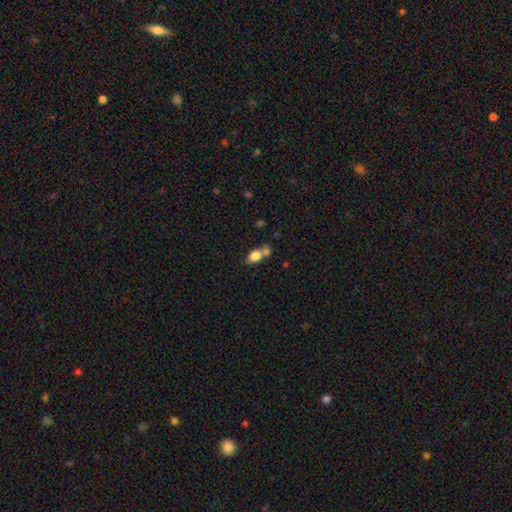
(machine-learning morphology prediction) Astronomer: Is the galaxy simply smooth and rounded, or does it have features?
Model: smooth — 78%.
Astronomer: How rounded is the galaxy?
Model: in between — 72%.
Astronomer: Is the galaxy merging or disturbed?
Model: merger — 43% (runner-up: none, 37%).